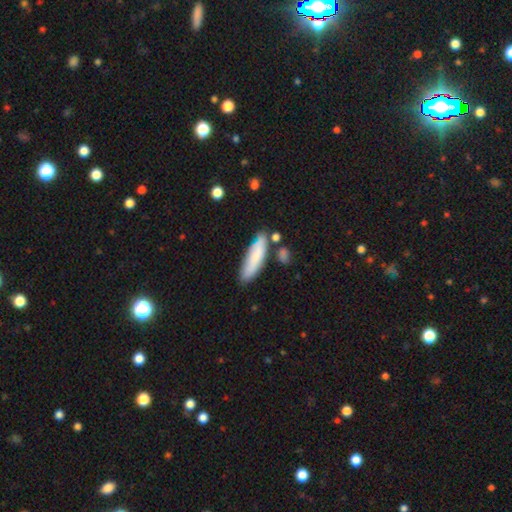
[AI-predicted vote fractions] smooth 77%, featured or disk 16%, star or artifact 6%. Down the decision tree: how rounded — cigar-shaped (62%); merging — none (69%).